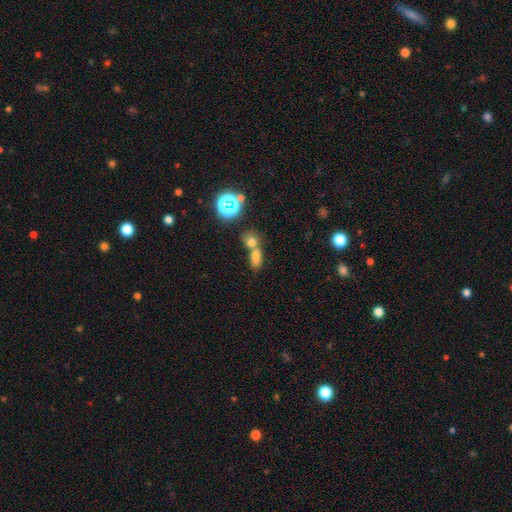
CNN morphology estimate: Smooth or featured: smooth — 70% (star or artifact — 19%)
How rounded: in between — 70% (round — 24%)
Merging: merger — 51% (none — 36%)